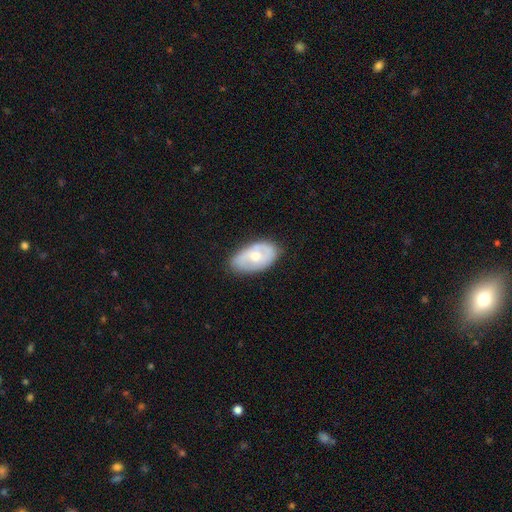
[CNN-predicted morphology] This is possibly a smooth galaxy (48%). Merging: likely none (73%).